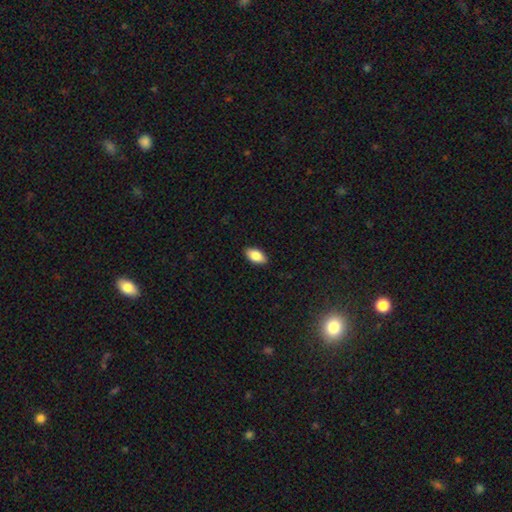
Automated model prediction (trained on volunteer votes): smooth_or_featured: smooth (p=0.83) [alt: featured or disk p=0.10]
how_rounded: in between (p=0.92) [alt: cigar-shaped p=0.04]
merging: none (p=0.90) [alt: minor disturbance p=0.08]